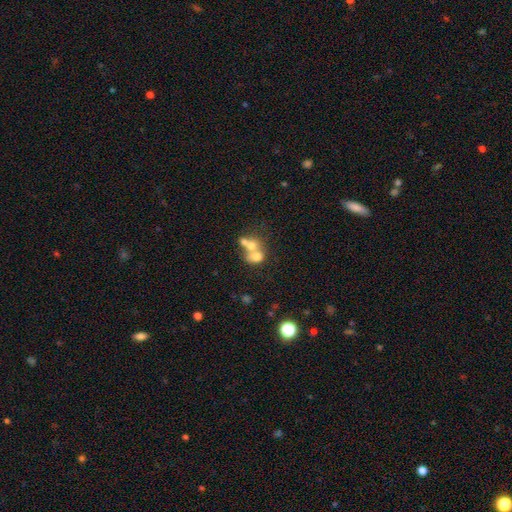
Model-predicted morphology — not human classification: A smooth galaxy with no disk features (63%) that is in between round and cigar-shaped (49%, tied with round).

Vote fractions:
- Smooth or featured? smooth: 63% / featured or disk: 25% / star or artifact: 12%
- How rounded? in between: 49% (tied) / round: 49% (tied) / cigar-shaped: 1%
- Merging? merger: 66% / none: 22% / minor disturbance: 7% / major disturbance: 5%